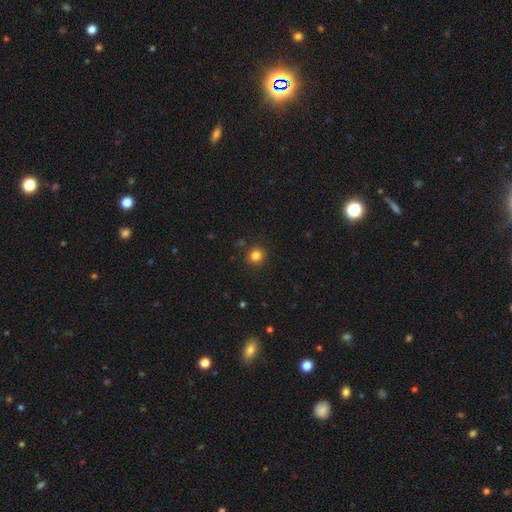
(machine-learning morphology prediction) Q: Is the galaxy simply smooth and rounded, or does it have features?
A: smooth — 82%.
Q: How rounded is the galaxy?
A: round — 91%.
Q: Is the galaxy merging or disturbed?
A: none — 90%.